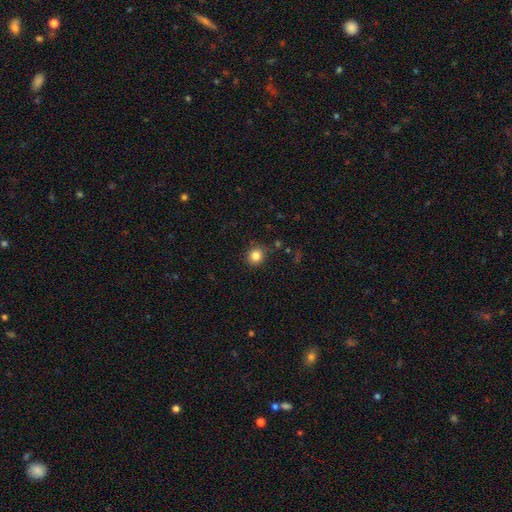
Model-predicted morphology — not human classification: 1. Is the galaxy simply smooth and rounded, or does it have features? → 84% smooth, 11% star or artifact, 5% featured or disk.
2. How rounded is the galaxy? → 88% round, 11% in between, 1% cigar-shaped.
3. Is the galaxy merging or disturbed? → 87% none, 9% minor disturbance, 2% major disturbance, 2% merger.